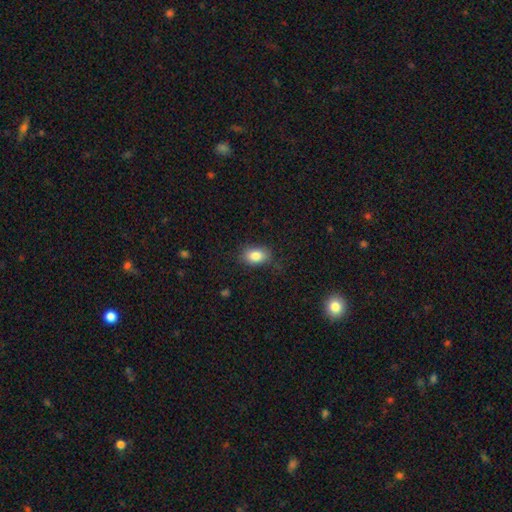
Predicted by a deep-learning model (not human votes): smooth_or_featured: smooth (p=0.84) [alt: star or artifact p=0.09]
how_rounded: in between (p=0.81) [alt: round p=0.17]
merging: none (p=0.78) [alt: minor disturbance p=0.16]